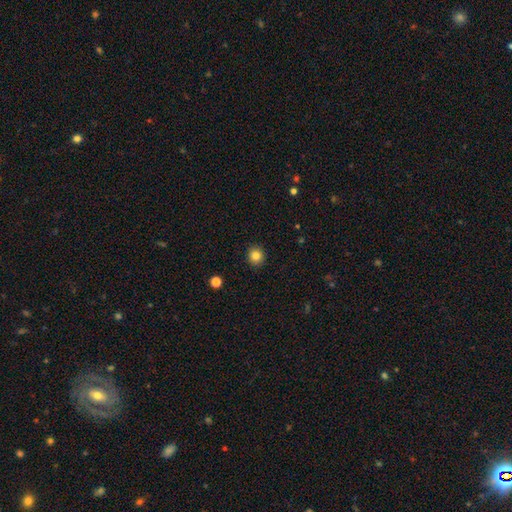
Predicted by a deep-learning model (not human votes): A smooth galaxy with no disk features (84%) that is round (88%).

Vote fractions:
- Smooth or featured? smooth: 84% / star or artifact: 11% / featured or disk: 5%
- How rounded? round: 88% / in between: 11% / cigar-shaped: 1%
- Merging? none: 92% / minor disturbance: 5% / major disturbance: 2% / merger: 1%